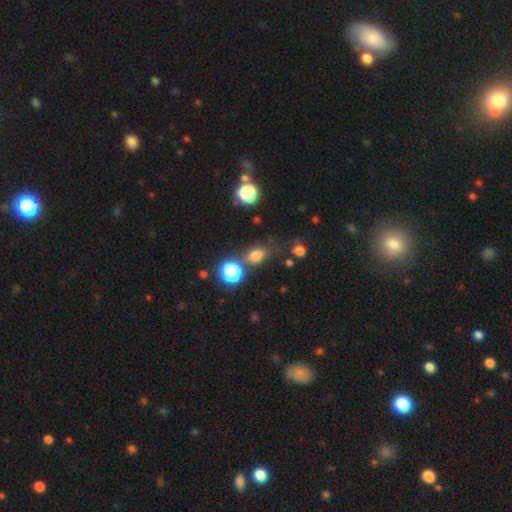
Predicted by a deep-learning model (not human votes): Smooth or featured?
  - smooth: 75% *
  - star or artifact: 18%
  - featured or disk: 8%
How rounded?
  - in between: 70% *
  - round: 28%
  - cigar-shaped: 2%
Merging?
  - none: 67% *
  - minor disturbance: 15%
  - merger: 12%
  - major disturbance: 6%